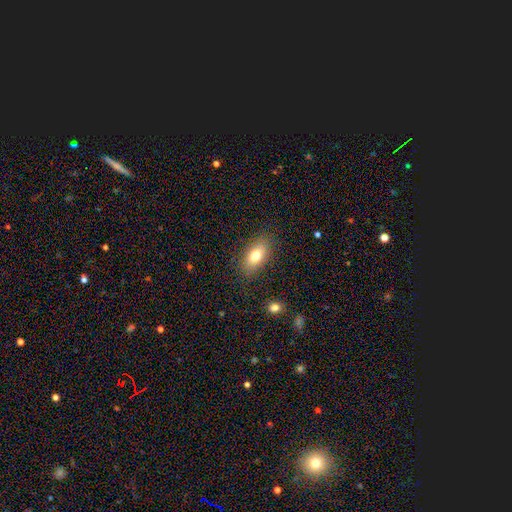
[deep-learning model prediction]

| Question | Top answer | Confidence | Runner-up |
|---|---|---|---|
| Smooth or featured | smooth | 76% | featured or disk (16%) |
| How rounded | in between | 87% | cigar-shaped (7%) |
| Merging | none | 85% | minor disturbance (10%) |